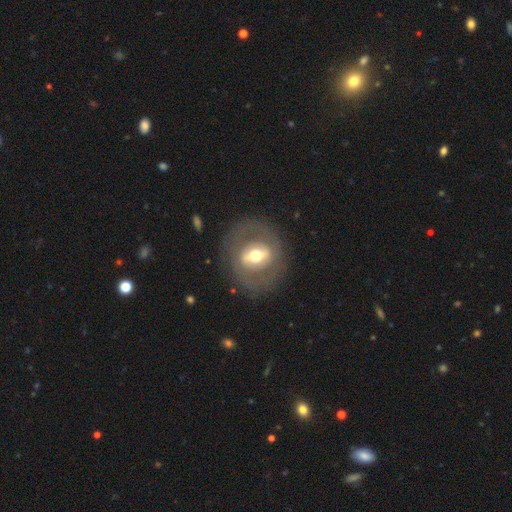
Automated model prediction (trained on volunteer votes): This is likely a featured or disk galaxy (66%). It is clearly not viewed edge-on (90%). Bar: possibly strong (50%). Spiral arm pattern: likely no (70%). Central bulge: likely moderate (64%). Merging: likely none (78%).